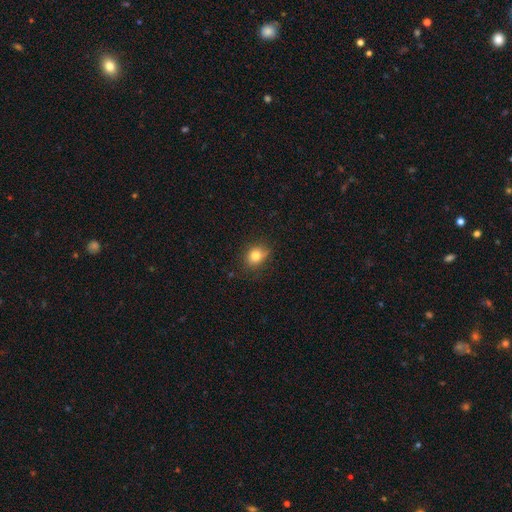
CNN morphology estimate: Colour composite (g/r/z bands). It shows a smooth galaxy with no disk features (80%) that is round (55%). Merging: none (72%).